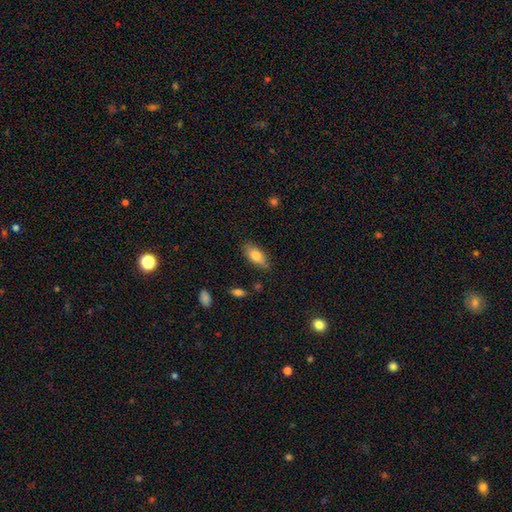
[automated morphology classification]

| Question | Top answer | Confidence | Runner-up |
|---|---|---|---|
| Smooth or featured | smooth | 76% | featured or disk (17%) |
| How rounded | in between | 79% | cigar-shaped (19%) |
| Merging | none | 80% | minor disturbance (15%) |